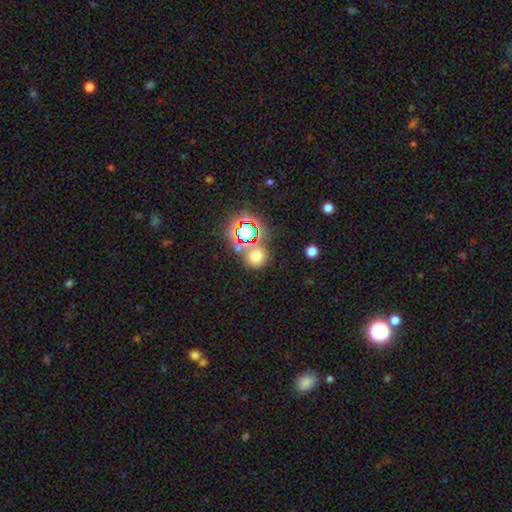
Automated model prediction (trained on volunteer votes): A smooth galaxy with no disk features (61%) that is round (85%).

Vote fractions:
- Smooth or featured? smooth: 61% / star or artifact: 31% / featured or disk: 8%
- How rounded? round: 85% / in between: 13% / cigar-shaped: 1%
- Merging? none: 71% / merger: 15% / minor disturbance: 10% / major disturbance: 5%